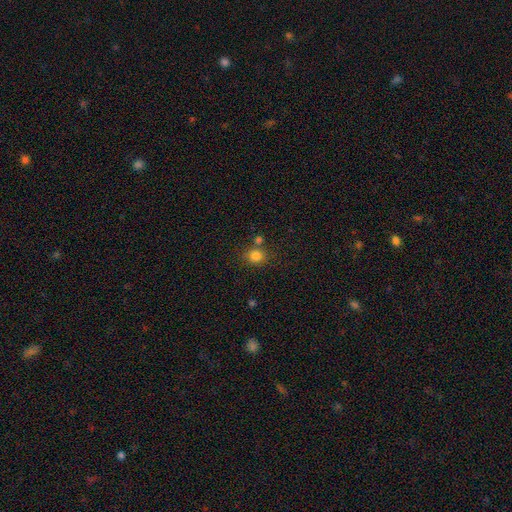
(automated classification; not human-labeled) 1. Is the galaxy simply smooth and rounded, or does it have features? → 82% smooth, 12% star or artifact, 6% featured or disk.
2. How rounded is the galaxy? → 78% round, 21% in between, 1% cigar-shaped.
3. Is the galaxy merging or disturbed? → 69% none, 17% merger, 11% minor disturbance, 4% major disturbance.